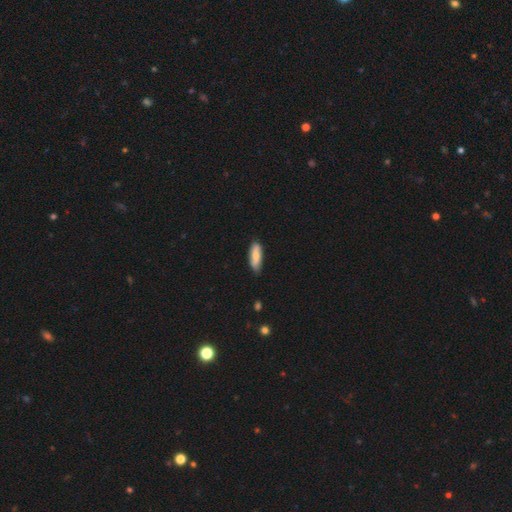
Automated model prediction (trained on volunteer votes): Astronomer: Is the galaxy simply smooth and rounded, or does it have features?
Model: smooth — 72%.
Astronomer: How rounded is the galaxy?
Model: in between — 57% (runner-up: cigar-shaped, 41%).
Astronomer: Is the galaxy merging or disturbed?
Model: none — 80%.